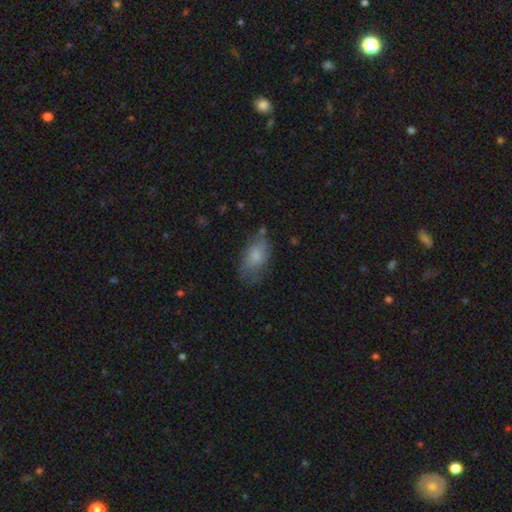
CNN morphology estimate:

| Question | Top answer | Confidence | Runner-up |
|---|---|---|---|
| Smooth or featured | smooth | 75% | featured or disk (17%) |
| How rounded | in between | 91% | round (6%) |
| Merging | none | 56% | minor disturbance (29%) |